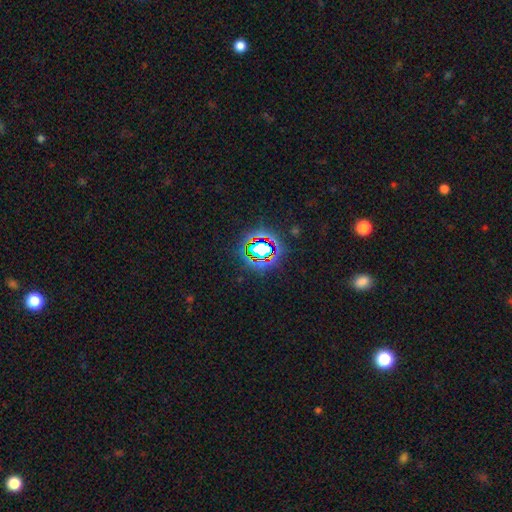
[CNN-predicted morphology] The model was most divided on "smooth or featured": star or artifact: 76%, smooth: 14%, featured or disk: 10%.